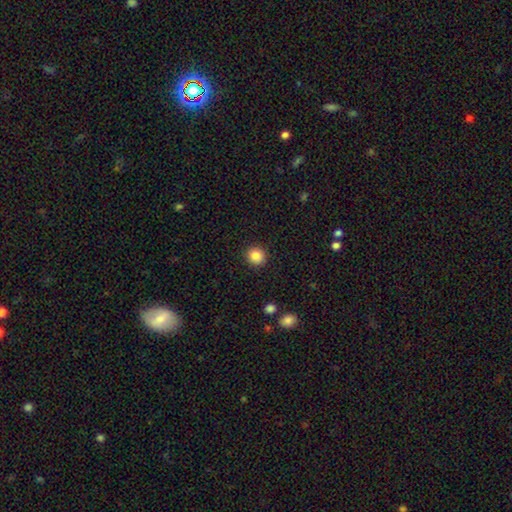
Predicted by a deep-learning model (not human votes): Smooth or featured? Predicted: smooth (p=0.86). How rounded? Predicted: round (p=0.88). Merging? Predicted: none (p=0.91).